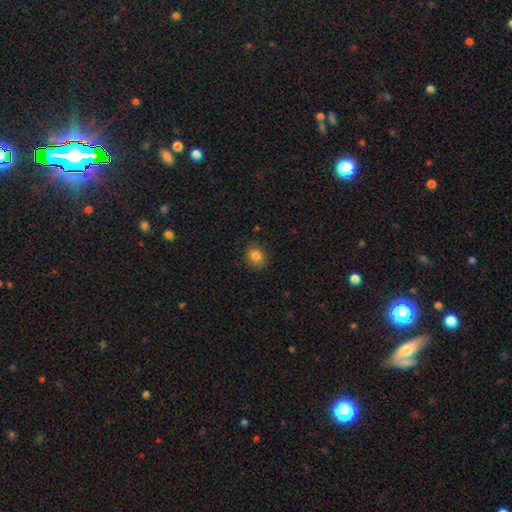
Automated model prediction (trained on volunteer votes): Q: Smooth or featured?
A: smooth (83%); runner-up: star or artifact (11%)
Q: How rounded?
A: round (75%); runner-up: in between (24%)
Q: Merging?
A: none (85%); runner-up: minor disturbance (11%)